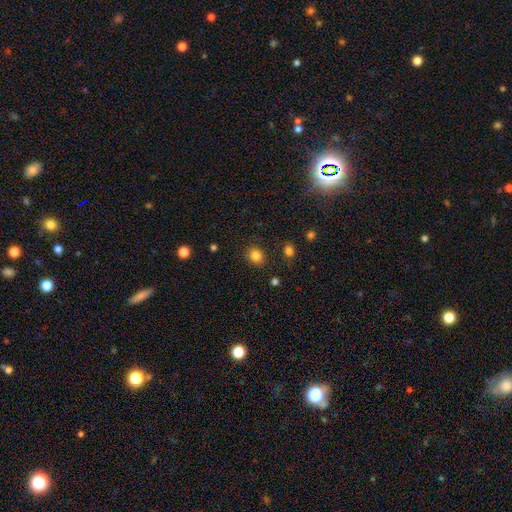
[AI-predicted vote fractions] smooth_or_featured: smooth (p=0.83) [alt: star or artifact p=0.12]
how_rounded: round (p=0.64) [alt: in between p=0.35]
merging: none (p=0.85) [alt: minor disturbance p=0.10]